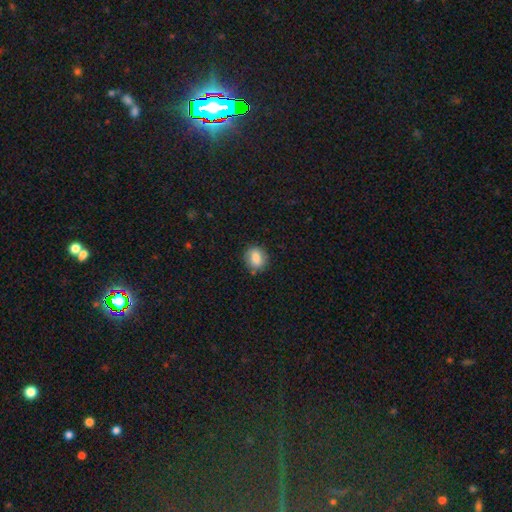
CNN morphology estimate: smooth-or-featured: smooth: 81% | featured or disk: 10% | star or artifact: 8%
  how-rounded: round: 62% | in between: 36% | cigar-shaped: 1%
  merging: none: 82% | minor disturbance: 13% | major disturbance: 3% | merger: 2%